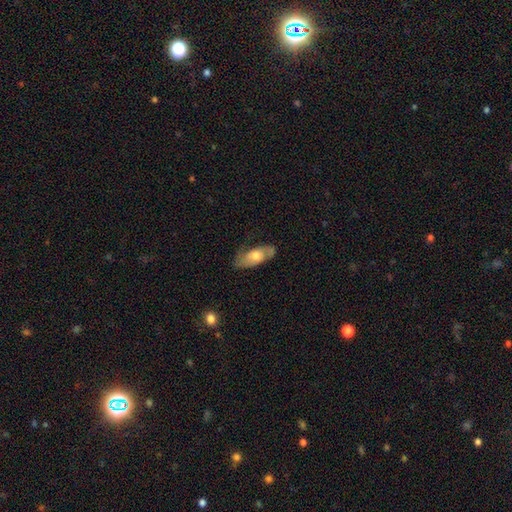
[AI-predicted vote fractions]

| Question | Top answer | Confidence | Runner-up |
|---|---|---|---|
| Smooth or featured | featured or disk | 48% | smooth (45%) |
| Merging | none | 66% | minor disturbance (23%) |